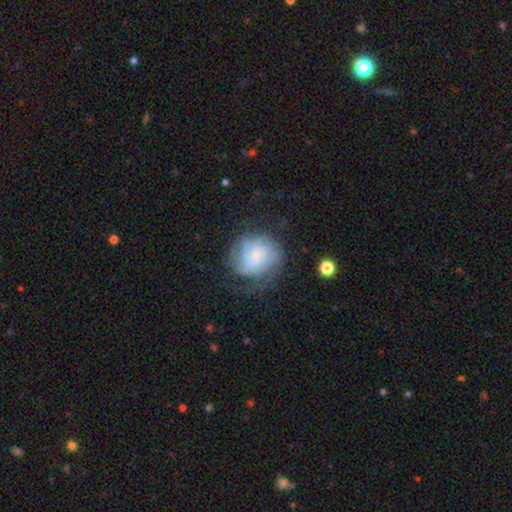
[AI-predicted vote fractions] This is likely a featured or disk galaxy (60%). It is clearly not viewed edge-on (98%). Bar: likely no (74%). Spiral arm pattern: clearly yes (85%). Spiral arm count: possibly can't tell (49%). Spiral winding: possibly tight (54%). Central bulge: likely small (70%). Merging: likely none (60%).